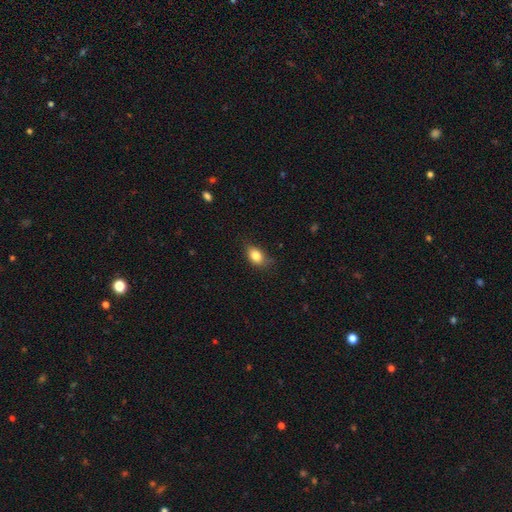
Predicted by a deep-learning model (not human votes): A smooth galaxy with no disk features (83%) that is in between round and cigar-shaped (79%). Merging: none (69%).